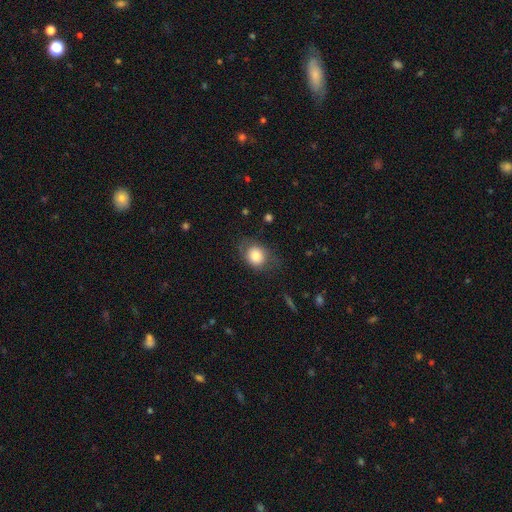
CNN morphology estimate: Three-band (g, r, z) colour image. It shows a smooth galaxy with no disk features (78%) that is round (56%). Merging: none (66%).